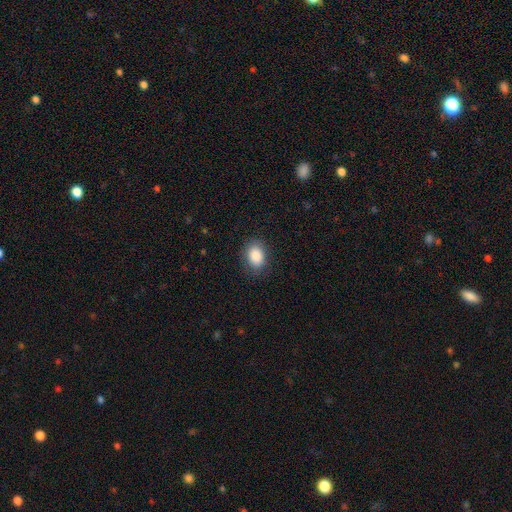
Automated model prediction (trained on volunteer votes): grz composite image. It shows a smooth galaxy with no disk features (88%) that is in between round and cigar-shaped (73%). Merging: none (84%).